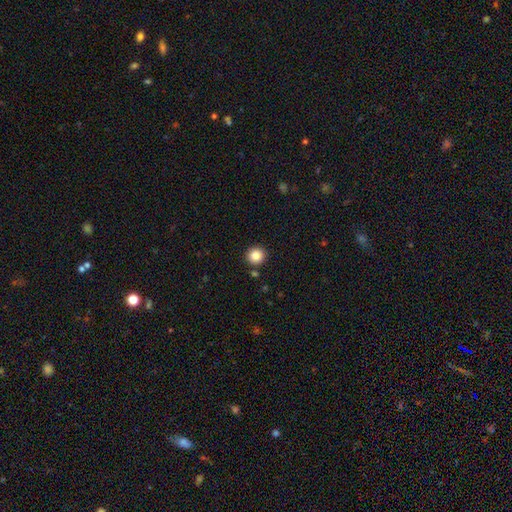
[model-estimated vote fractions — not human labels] smooth-or-featured: smooth: 85% | star or artifact: 10% | featured or disk: 5%
  how-rounded: round: 94% | in between: 5% | cigar-shaped: 1%
  merging: none: 90% | minor disturbance: 6% | merger: 3% | major disturbance: 2%